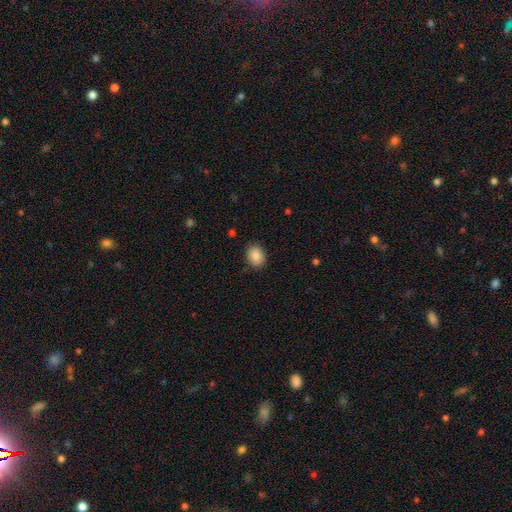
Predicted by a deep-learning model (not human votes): smooth-or-featured: smooth: 87% | star or artifact: 8% | featured or disk: 5%
  how-rounded: in between: 58% | round: 41% | cigar-shaped: 1%
  merging: none: 86% | minor disturbance: 10% | major disturbance: 3% | merger: 1%